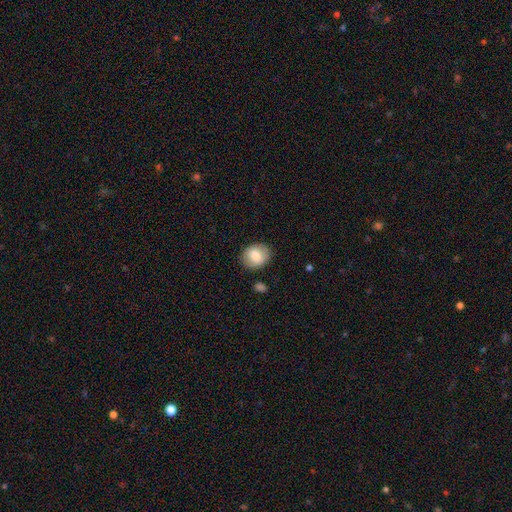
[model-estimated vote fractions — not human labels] A smooth galaxy with no disk features (78%) that is round (60%).

Vote fractions:
- Smooth or featured? smooth: 78% / featured or disk: 15% / star or artifact: 7%
- How rounded? round: 60% / in between: 39% / cigar-shaped: 1%
- Merging? none: 85% / minor disturbance: 10% / major disturbance: 3% / merger: 2%